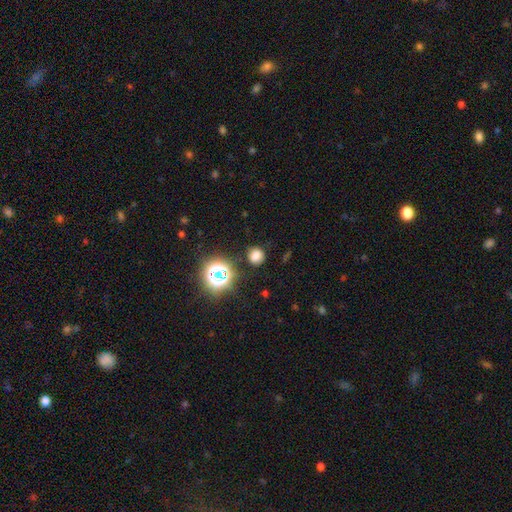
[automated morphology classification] Smooth or featured?
  - smooth: 73% *
  - star or artifact: 20%
  - featured or disk: 7%
How rounded?
  - round: 87% *
  - in between: 12%
  - cigar-shaped: 1%
Merging?
  - none: 85% *
  - minor disturbance: 9%
  - major disturbance: 3%
  - merger: 3%